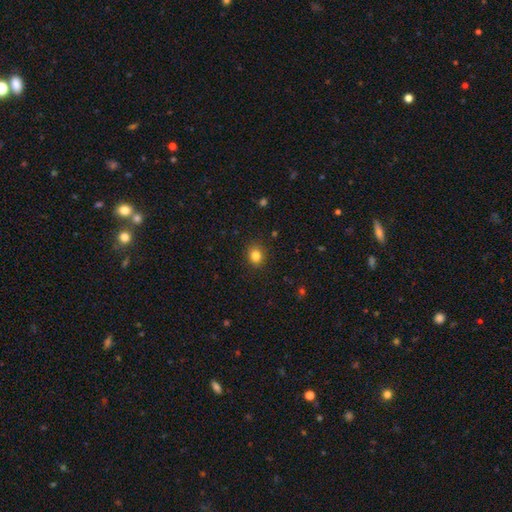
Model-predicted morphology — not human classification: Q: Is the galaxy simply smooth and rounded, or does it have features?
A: smooth — 83%.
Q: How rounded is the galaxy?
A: round — 70%.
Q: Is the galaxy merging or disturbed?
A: none — 89%.